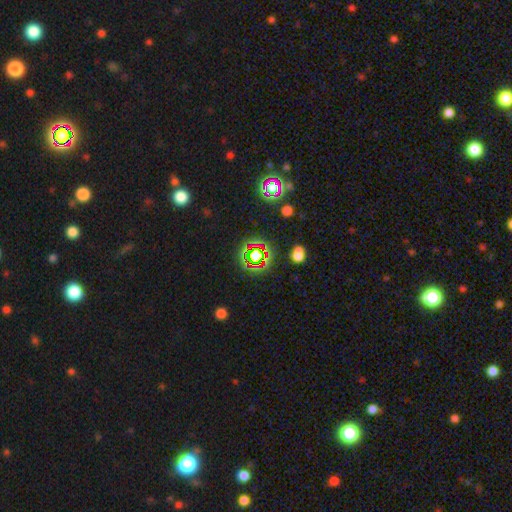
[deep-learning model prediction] This is likely a star or artifact rather than a galaxy (67%).